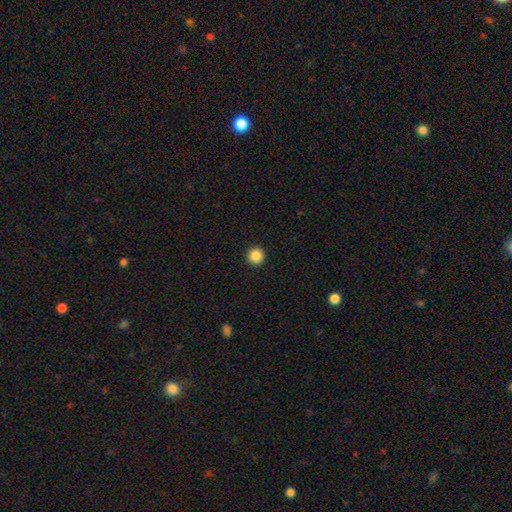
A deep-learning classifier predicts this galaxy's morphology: Smooth or featured? smooth (88%)
How rounded? round (96%)
Merging? none (93%)